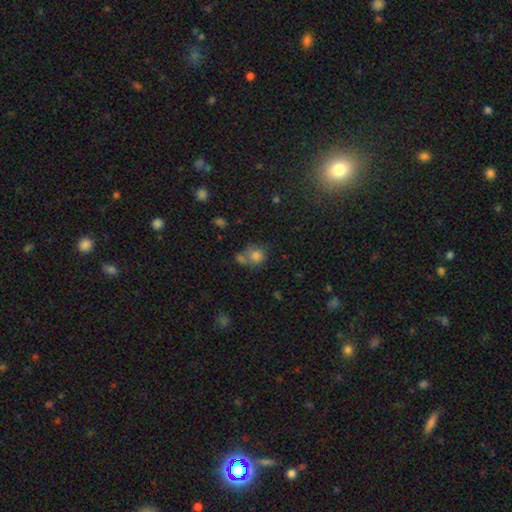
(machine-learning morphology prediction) type=smooth (77%); roundness=round (77%); merging=none (43%).